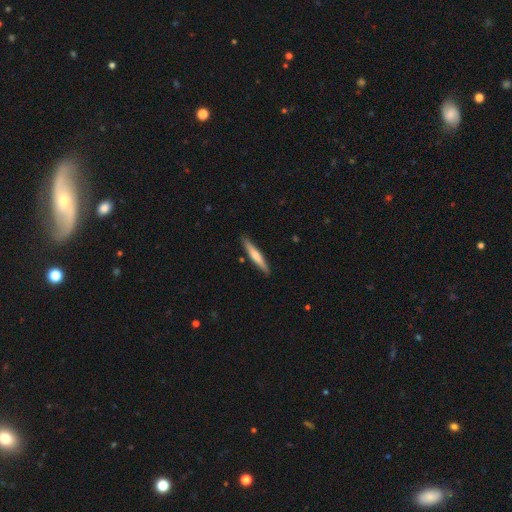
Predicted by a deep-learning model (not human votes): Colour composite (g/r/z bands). It shows a smooth galaxy with no disk features (57%) that is cigar-shaped (93%). Merging: none (88%).